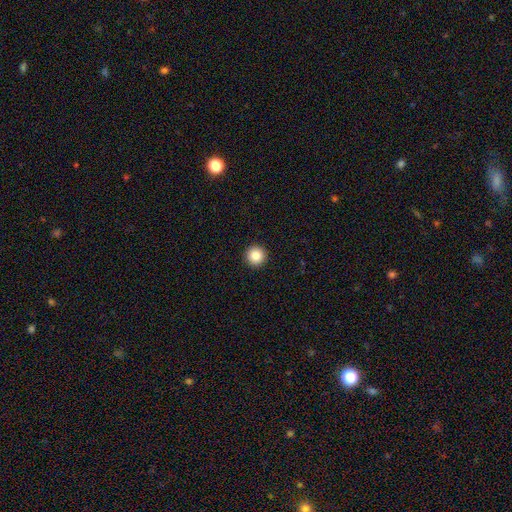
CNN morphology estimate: Q: Smooth or featured?
A: smooth (85%); runner-up: star or artifact (10%)
Q: How rounded?
A: round (97%); runner-up: in between (2%)
Q: Merging?
A: none (94%); runner-up: minor disturbance (4%)